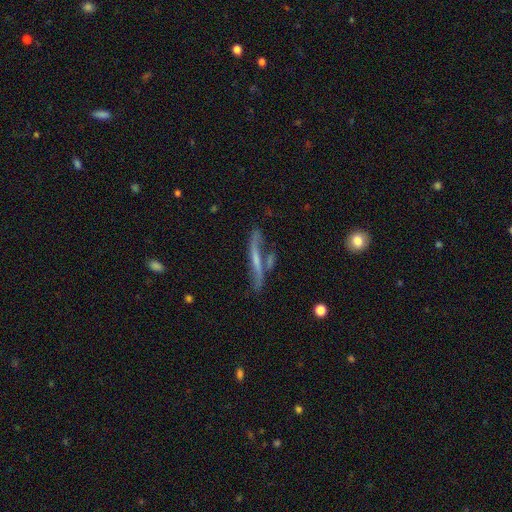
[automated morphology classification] Smooth or featured? Predicted: featured or disk (p=0.60). Edge-on disk? Predicted: yes (p=0.81). Merging? Predicted: none (p=0.57).